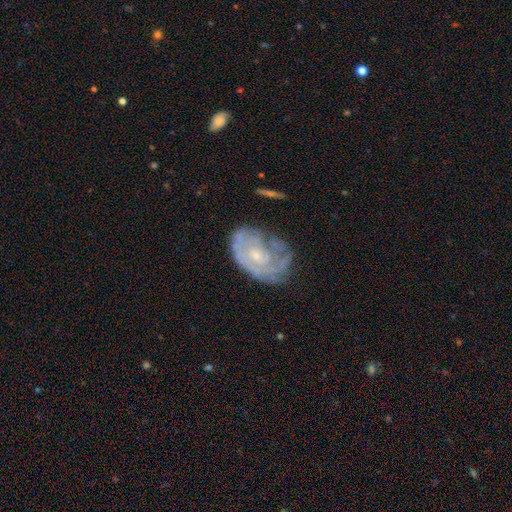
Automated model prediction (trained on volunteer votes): Q: Smooth or featured?
A: featured or disk (73%); runner-up: smooth (20%)
Q: Edge-on disk?
A: no (96%); runner-up: yes (4%)
Q: Bar?
A: no (76%); runner-up: weak (20%)
Q: Spiral arms?
A: yes (73%); runner-up: no (27%)
Q: Spiral winding?
A: tight (63%); runner-up: medium (26%)
Q: Spiral arm count?
A: can't tell (53%); runner-up: 2 (18%)
Q: Bulge size?
A: small (58%); runner-up: moderate (32%)
Q: Merging?
A: none (55%); runner-up: minor disturbance (26%)